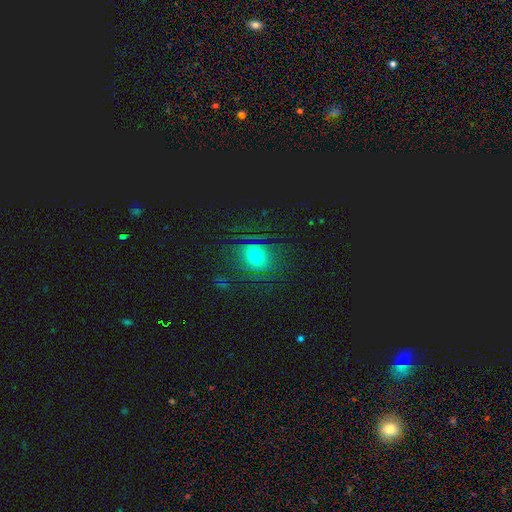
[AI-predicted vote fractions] Smooth or featured? Predicted: smooth (p=0.57). How rounded? Predicted: round (p=0.65). Merging? Predicted: none (p=0.77).